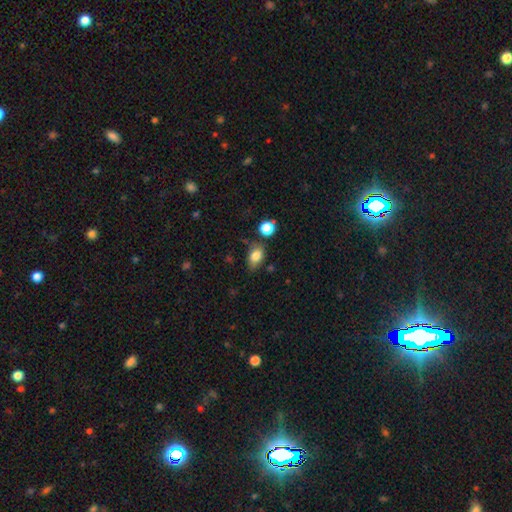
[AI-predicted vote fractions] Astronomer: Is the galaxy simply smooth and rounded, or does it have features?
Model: smooth — 82%.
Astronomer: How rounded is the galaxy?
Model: in between — 79%.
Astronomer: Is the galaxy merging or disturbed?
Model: none — 61%.